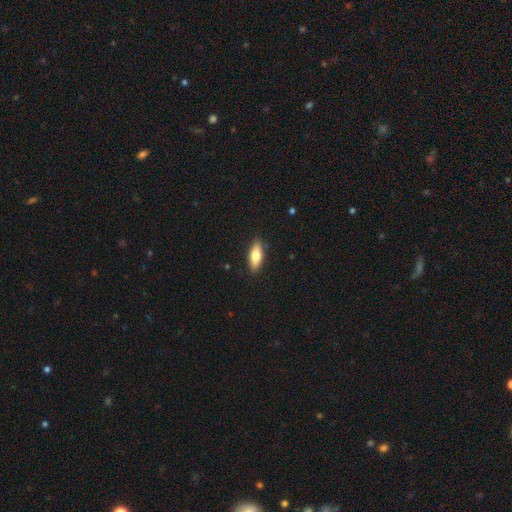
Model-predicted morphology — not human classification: Smooth or featured?
  - smooth: 74% *
  - featured or disk: 20%
  - star or artifact: 6%
How rounded?
  - in between: 72% *
  - cigar-shaped: 25%
  - round: 3%
Merging?
  - none: 88% *
  - minor disturbance: 9%
  - major disturbance: 2%
  - merger: 1%